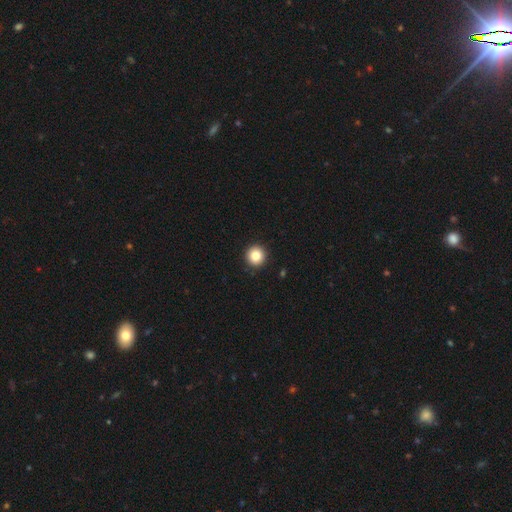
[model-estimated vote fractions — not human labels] Smooth or featured: smooth — 85% (star or artifact — 10%)
How rounded: round — 95% (in between — 4%)
Merging: none — 93% (minor disturbance — 4%)